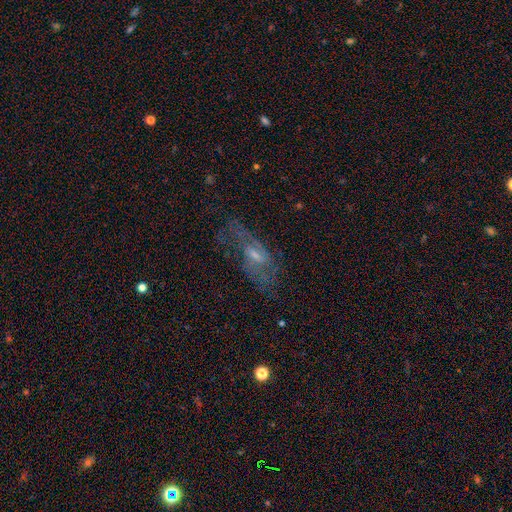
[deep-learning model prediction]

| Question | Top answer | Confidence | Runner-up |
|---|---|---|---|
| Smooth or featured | featured or disk | 64% | smooth (23%) |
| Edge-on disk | no | 85% | yes (15%) |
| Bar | weak | 49% | no (37%) |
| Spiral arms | yes | 70% | no (30%) |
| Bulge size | small | 47% | moderate (39%) |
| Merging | none | 57% | minor disturbance (21%) |